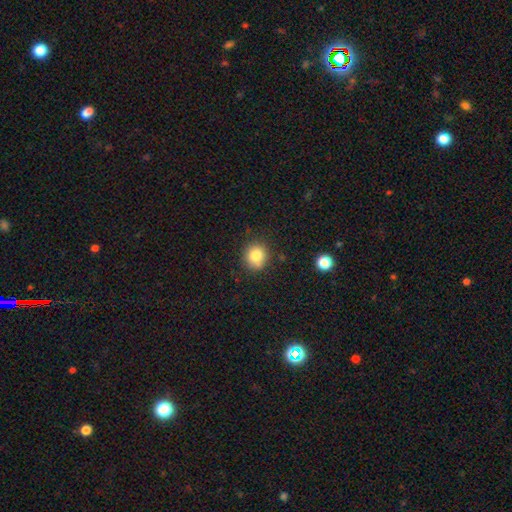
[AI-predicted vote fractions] smooth-or-featured: smooth: 82% | star or artifact: 11% | featured or disk: 7%
  how-rounded: round: 84% | in between: 15% | cigar-shaped: 1%
  merging: none: 80% | minor disturbance: 13% | merger: 3% | major disturbance: 3%